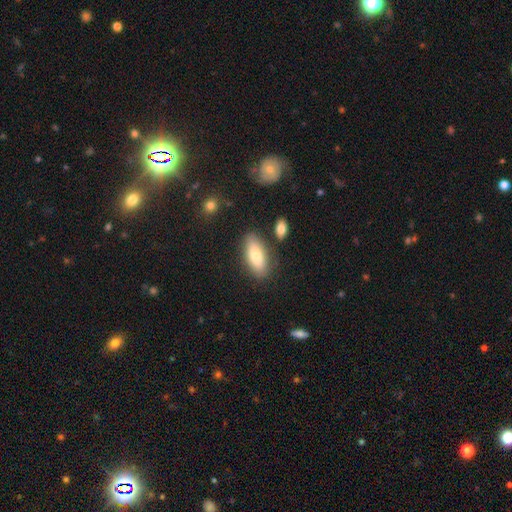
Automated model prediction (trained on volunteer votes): Morphology: type=smooth (76%); roundness=in between (82%); merging=none (80%).